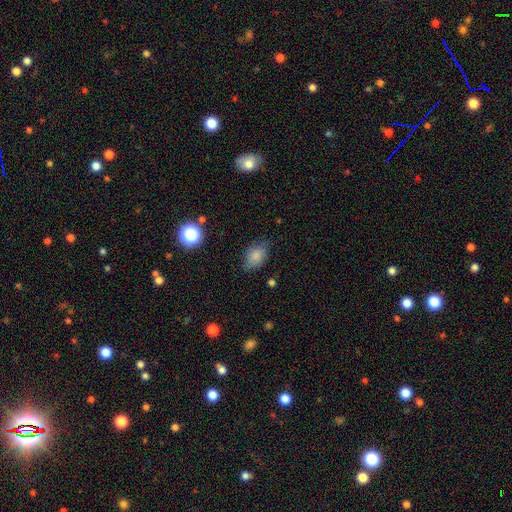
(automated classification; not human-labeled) Smooth or featured: smooth — 81% (star or artifact — 10%)
How rounded: in between — 81% (round — 18%)
Merging: none — 71% (minor disturbance — 23%)